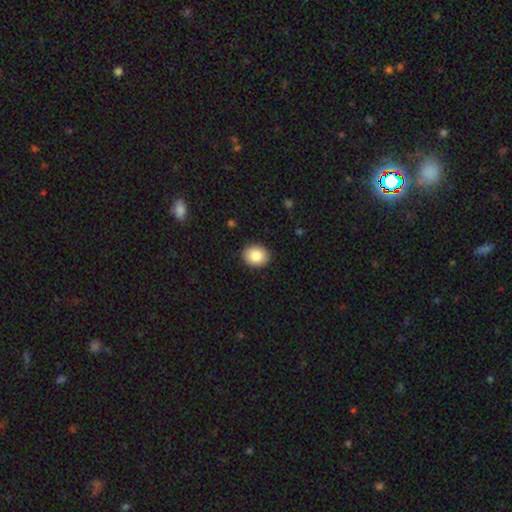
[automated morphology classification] This is clearly a smooth galaxy (86%). How rounded: possibly round (59%). Merging: clearly none (90%).